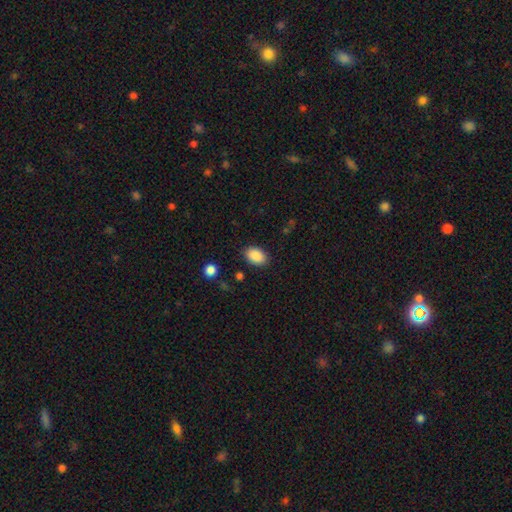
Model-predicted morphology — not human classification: Smooth or featured? Predicted: smooth (p=0.89). How rounded? Predicted: in between (p=0.87). Merging? Predicted: none (p=0.86).